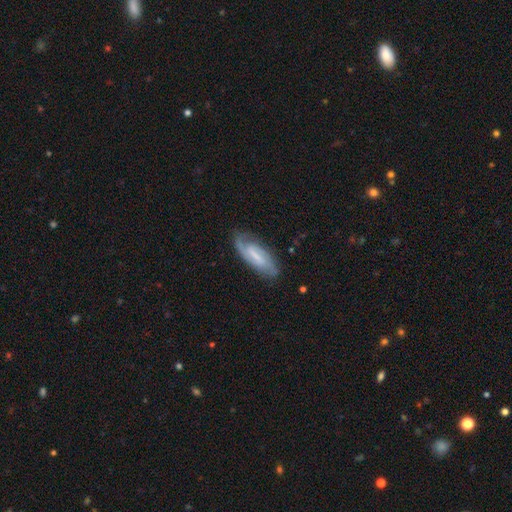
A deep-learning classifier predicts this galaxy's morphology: A featured or disk galaxy (71%) with a weak bar (47%), 2 (69%) medium (44%) spiral arms (92%) and a small central bulge (43%). Merging: none (74%).